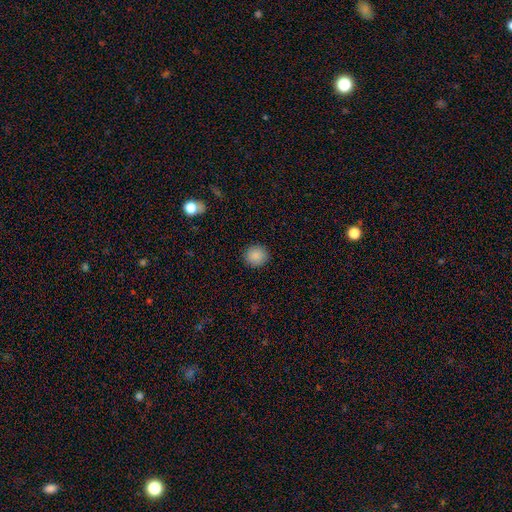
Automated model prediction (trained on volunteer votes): smooth 88%, star or artifact 9%, featured or disk 4%. Down the decision tree: how rounded — round (88%); merging — none (91%).